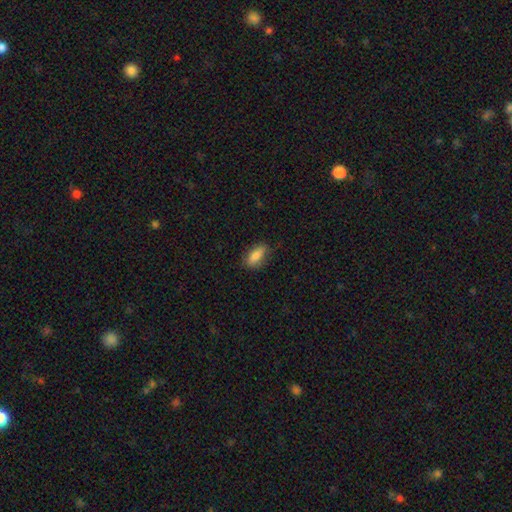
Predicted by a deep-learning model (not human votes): Smooth or featured? Predicted: smooth (p=0.83). How rounded? Predicted: in between (p=0.82). Merging? Predicted: none (p=0.76).